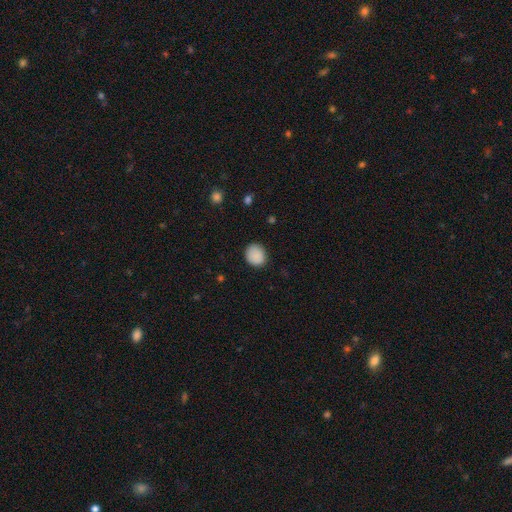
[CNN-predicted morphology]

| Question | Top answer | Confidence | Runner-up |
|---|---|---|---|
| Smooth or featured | smooth | 88% | star or artifact (8%) |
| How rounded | round | 74% | in between (25%) |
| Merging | none | 86% | minor disturbance (11%) |